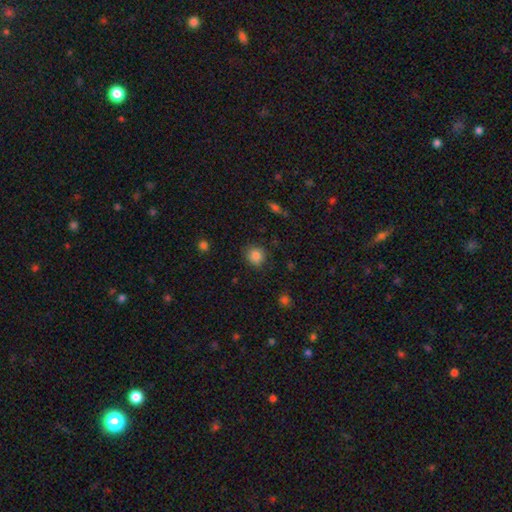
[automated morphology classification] smooth 85%, star or artifact 10%, featured or disk 4%. Down the decision tree: how rounded — round (86%); merging — none (83%).